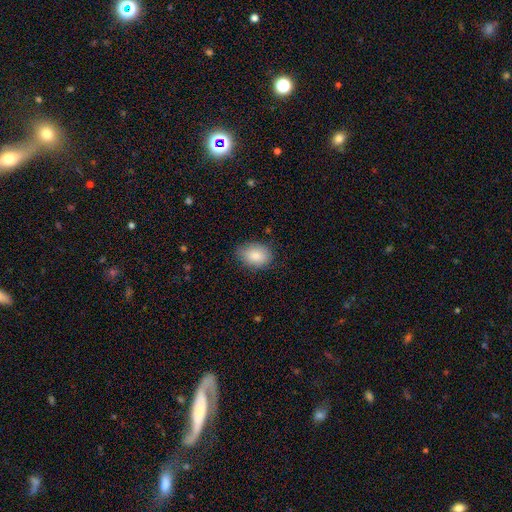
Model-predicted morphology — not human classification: A smooth galaxy with no disk features (86%) that is in between round and cigar-shaped (77%). Merging: none (77%).